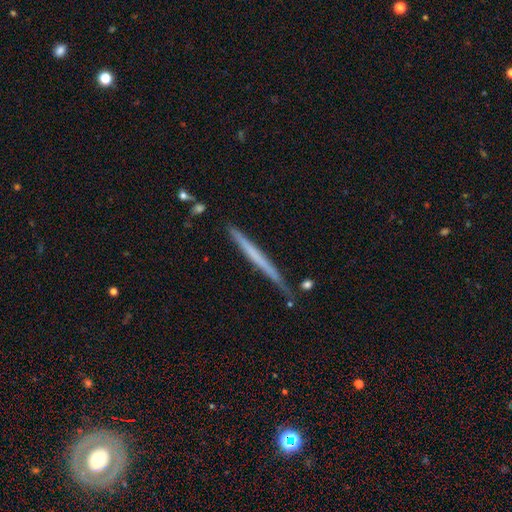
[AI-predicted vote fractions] A featured or disk galaxy (49%).

Vote fractions:
- Smooth or featured? featured or disk: 49% / smooth: 45% / star or artifact: 6%
- Merging? none: 80% / minor disturbance: 15% / merger: 3% / major disturbance: 2%